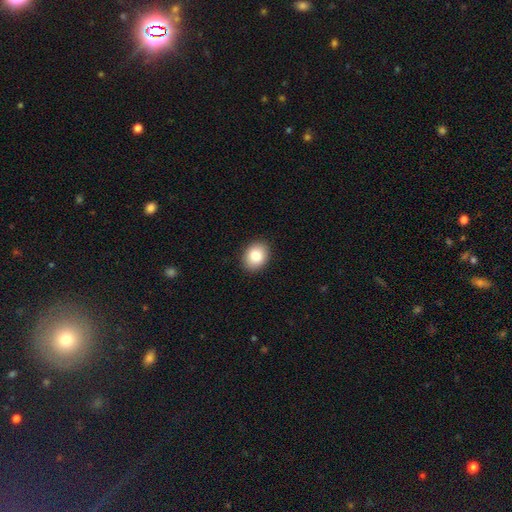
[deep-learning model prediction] smooth 84%, star or artifact 8%, featured or disk 8%. Down the decision tree: how rounded — in between (61%); merging — none (90%).